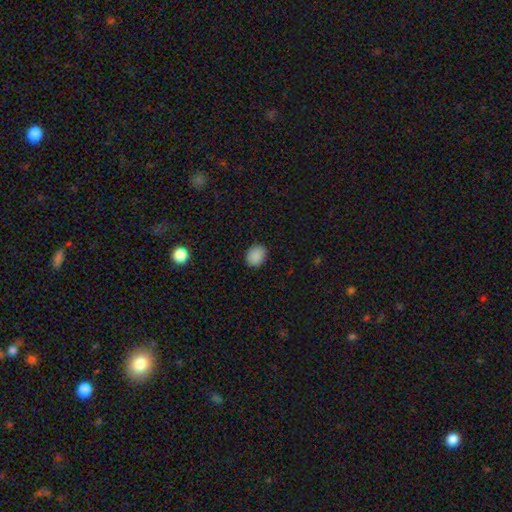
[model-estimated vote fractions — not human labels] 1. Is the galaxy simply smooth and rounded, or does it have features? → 88% smooth, 9% star or artifact, 3% featured or disk.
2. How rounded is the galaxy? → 53% round, 46% in between, 1% cigar-shaped.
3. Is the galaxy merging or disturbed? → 88% none, 9% minor disturbance, 2% major disturbance, 1% merger.